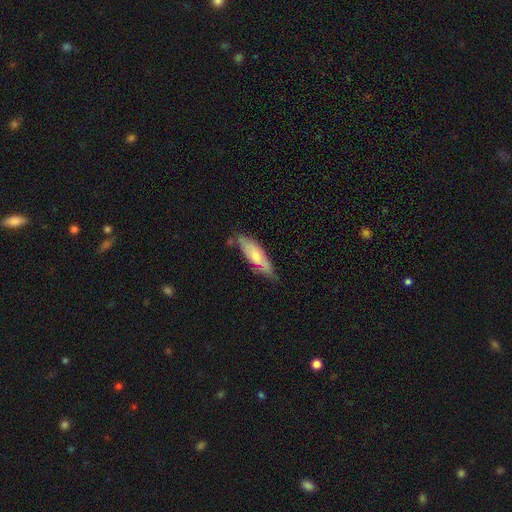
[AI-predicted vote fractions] Overall: smooth (55%; featured or disk 39%). How rounded: in between (53%; cigar-shaped 45%). Merging: none (59%; minor disturbance 29%).